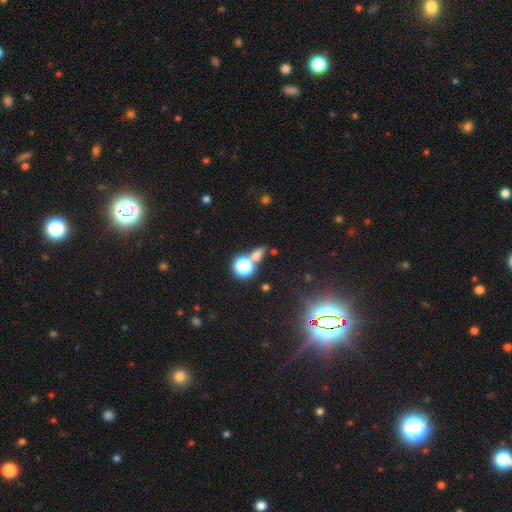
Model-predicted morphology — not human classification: Smooth or featured: smooth — 56% (star or artifact — 34%)
How rounded: in between — 51% (round — 41%)
Merging: none — 56% (merger — 27%)